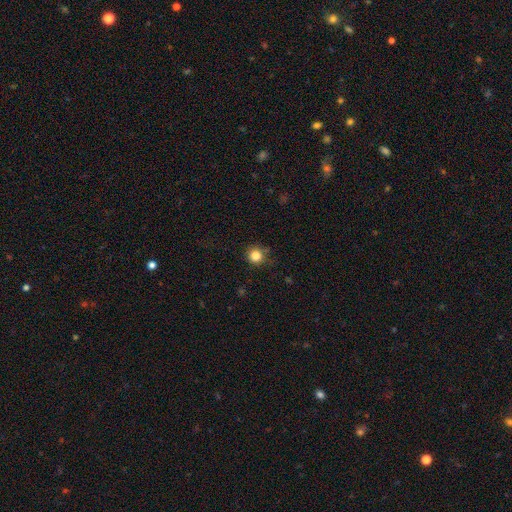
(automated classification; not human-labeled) Q: Smooth or featured?
A: smooth (84%); runner-up: star or artifact (11%)
Q: How rounded?
A: round (94%); runner-up: in between (5%)
Q: Merging?
A: none (83%); runner-up: minor disturbance (13%)